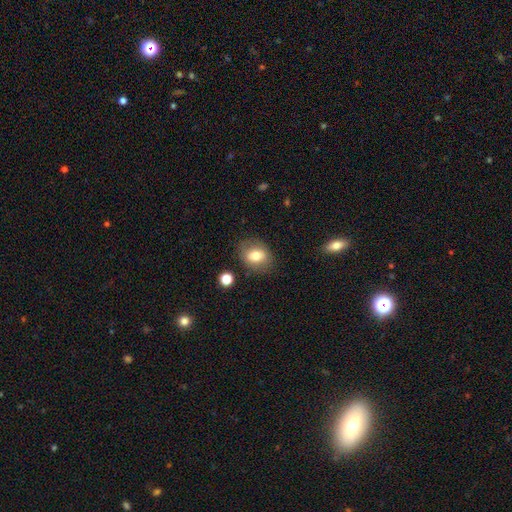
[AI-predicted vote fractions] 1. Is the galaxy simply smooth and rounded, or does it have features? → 71% smooth, 20% featured or disk, 9% star or artifact.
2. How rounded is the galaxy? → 59% in between, 40% round, 1% cigar-shaped.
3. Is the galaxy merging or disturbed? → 79% none, 14% minor disturbance, 5% major disturbance, 2% merger.